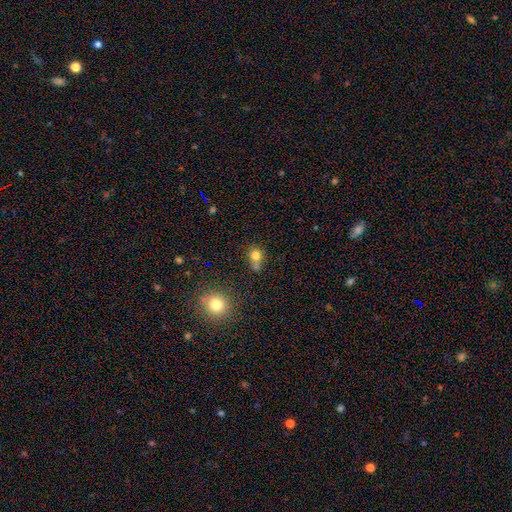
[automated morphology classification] type=smooth (78%); roundness=round (79%); merging=none (52%).